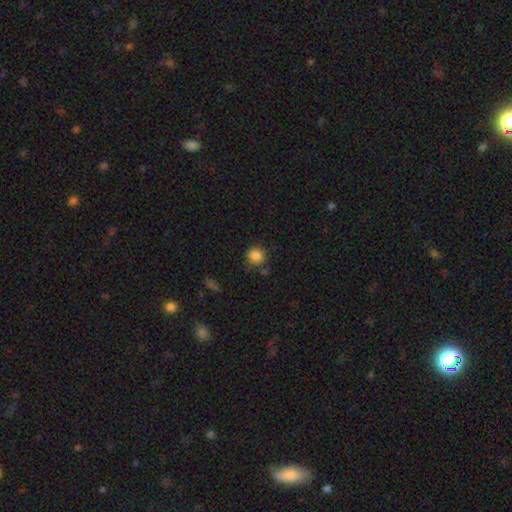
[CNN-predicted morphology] Overall: smooth (86%). How rounded: round (87%). Merging: none (76%).